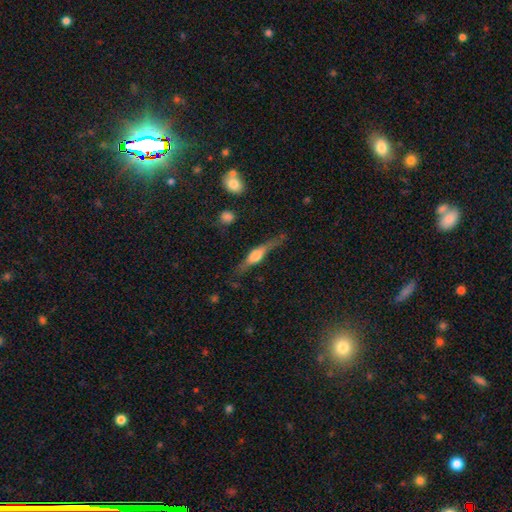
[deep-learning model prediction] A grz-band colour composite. It shows a featured or disk galaxy (65%) viewed edge-on (93%) with a rounded central bulge (83%). Merging: none (67%).